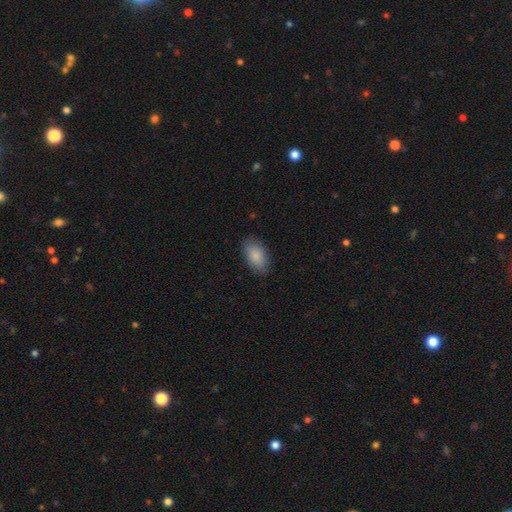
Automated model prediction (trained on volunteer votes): Smooth or featured: smooth — 87% (featured or disk — 6%)
How rounded: in between — 93% (round — 4%)
Merging: none — 83% (minor disturbance — 13%)